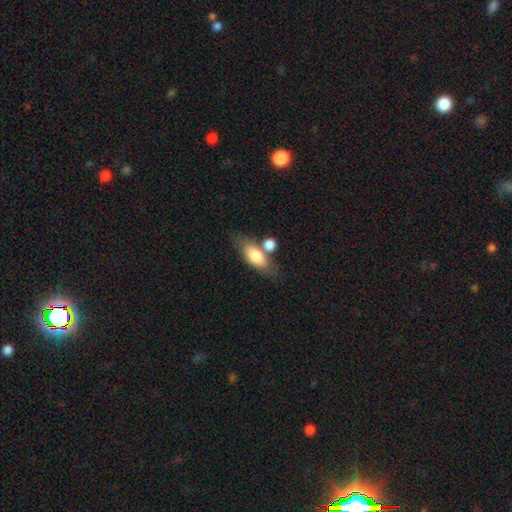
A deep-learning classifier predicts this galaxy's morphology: Smooth or featured? Predicted: smooth (p=0.75). How rounded? Predicted: in between (p=0.76). Merging? Predicted: none (p=0.52).